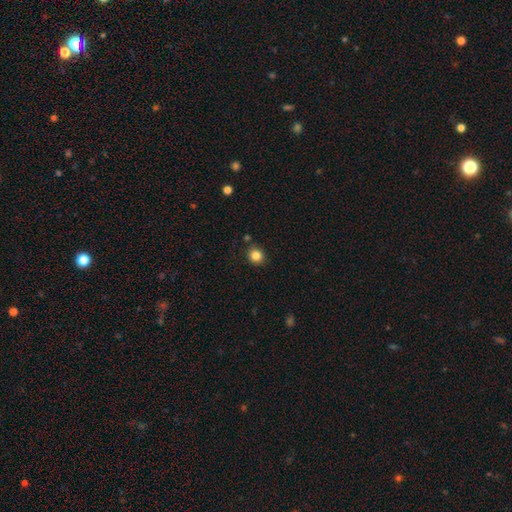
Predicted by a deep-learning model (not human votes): Smooth or featured? Predicted: smooth (p=0.84). How rounded? Predicted: round (p=0.85). Merging? Predicted: none (p=0.86).